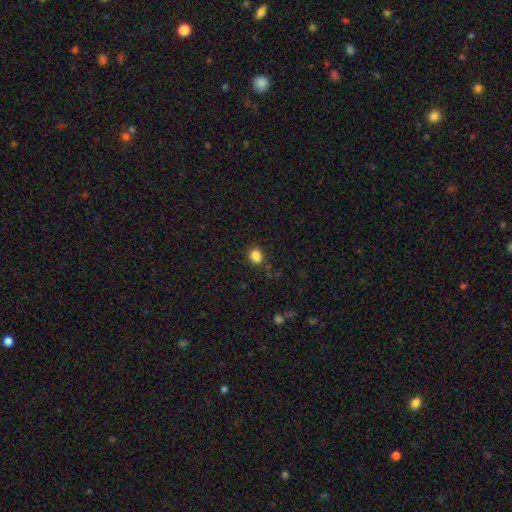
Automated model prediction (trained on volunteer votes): This is clearly a smooth galaxy (83%). How rounded: likely round (61%). Merging: likely none (68%).